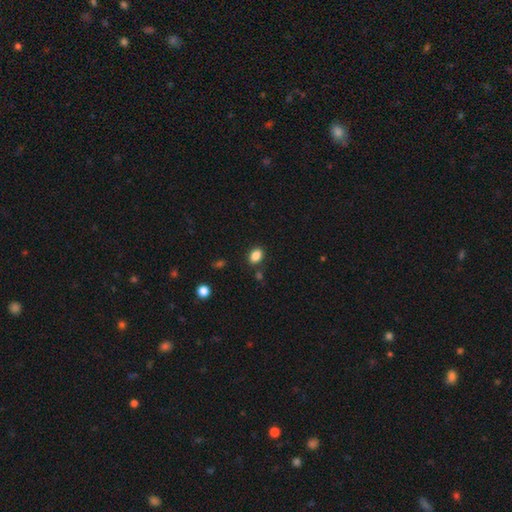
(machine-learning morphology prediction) A smooth galaxy with no disk features (86%) that is in between round and cigar-shaped (78%).

Vote fractions:
- Smooth or featured? smooth: 86% / star or artifact: 10% / featured or disk: 4%
- How rounded? in between: 78% / round: 21% / cigar-shaped: 1%
- Merging? none: 83% / minor disturbance: 10% / merger: 4% / major disturbance: 3%